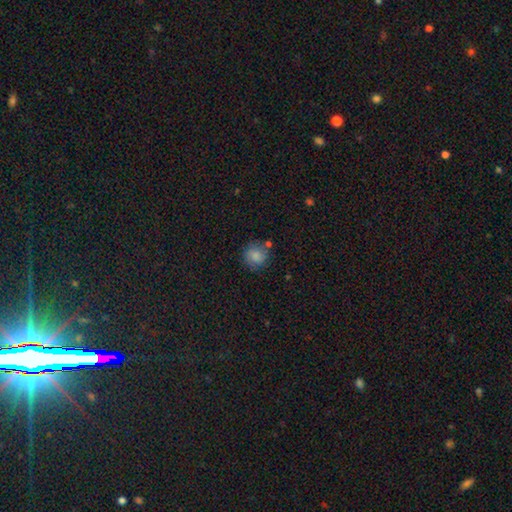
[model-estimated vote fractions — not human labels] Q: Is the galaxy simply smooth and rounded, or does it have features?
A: smooth — 78%.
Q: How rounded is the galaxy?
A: round — 86%.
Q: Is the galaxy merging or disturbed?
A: none — 72%.